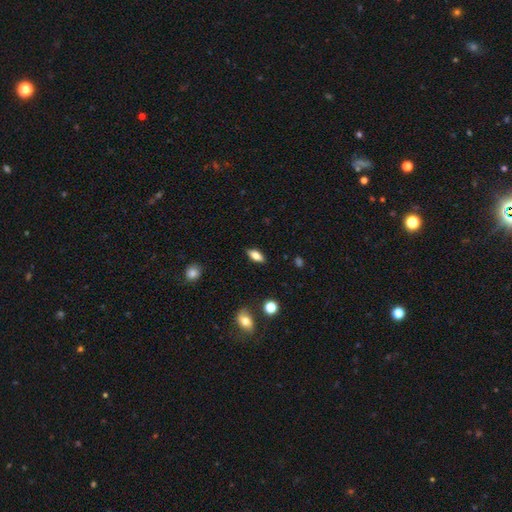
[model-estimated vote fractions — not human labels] Morphology: type=smooth (68%); roundness=in between (79%); merging=none (87%).